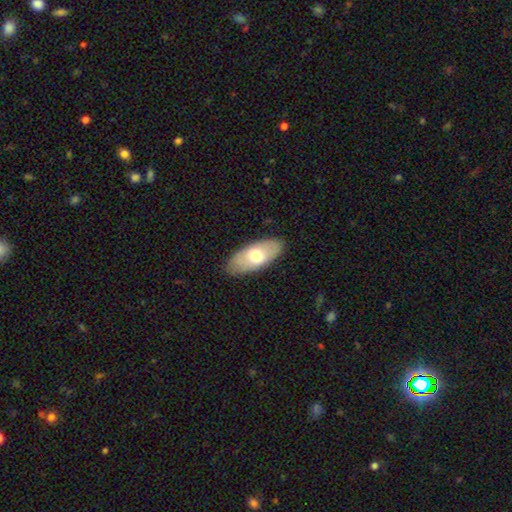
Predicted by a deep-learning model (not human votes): A smooth galaxy with no disk features (65%) that is in between round and cigar-shaped (89%).

Vote fractions:
- Smooth or featured? smooth: 65% / featured or disk: 29% / star or artifact: 6%
- How rounded? in between: 89% / cigar-shaped: 9% / round: 2%
- Merging? none: 86% / minor disturbance: 11% / major disturbance: 2% / merger: 1%